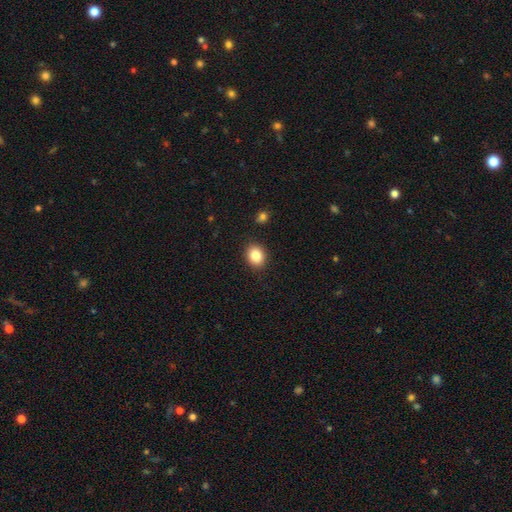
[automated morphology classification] smooth-or-featured: smooth: 85% | star or artifact: 9% | featured or disk: 6%
  how-rounded: round: 58% | in between: 41% | cigar-shaped: 1%
  merging: none: 88% | minor disturbance: 8% | major disturbance: 2% | merger: 2%